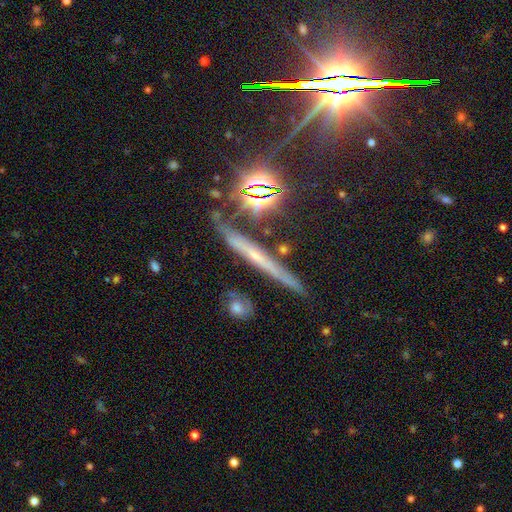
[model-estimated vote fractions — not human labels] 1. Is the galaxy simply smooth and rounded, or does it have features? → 54% featured or disk, 27% smooth, 19% star or artifact.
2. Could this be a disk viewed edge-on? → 91% yes, 9% no.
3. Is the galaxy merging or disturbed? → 78% none, 14% minor disturbance, 4% merger, 3% major disturbance.